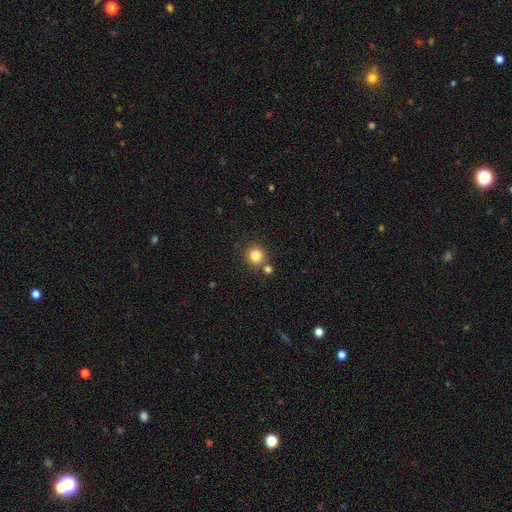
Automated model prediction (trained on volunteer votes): Overall: smooth (82%). How rounded: round (89%). Merging: none (75%).